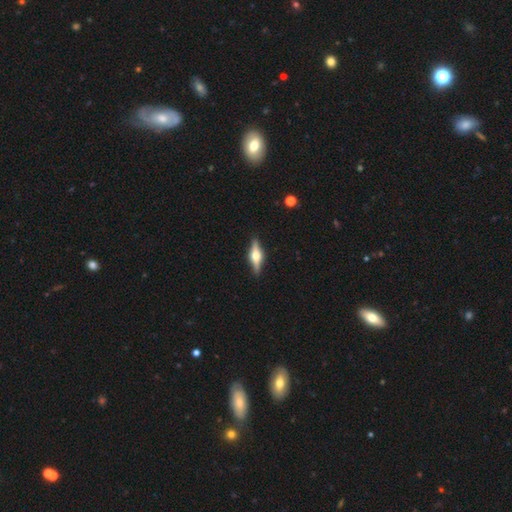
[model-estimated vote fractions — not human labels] Smooth or featured? Predicted: featured or disk (p=0.75). Edge-on disk? Predicted: yes (p=0.97). Edge-on bulge? Predicted: rounded (p=0.94). Merging? Predicted: none (p=0.90).